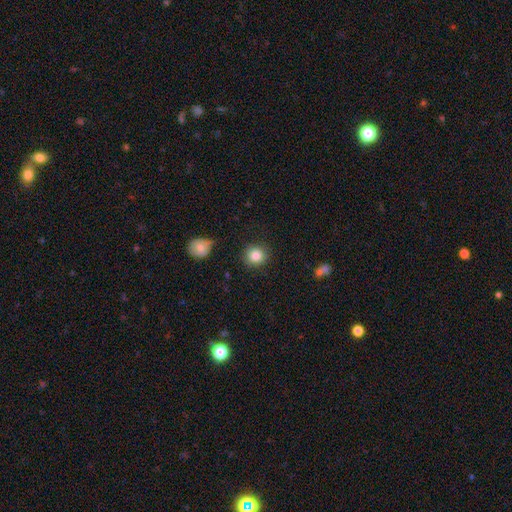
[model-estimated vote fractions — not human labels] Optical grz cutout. It shows a smooth galaxy with no disk features (85%) that is round (91%). Merging: none (87%).